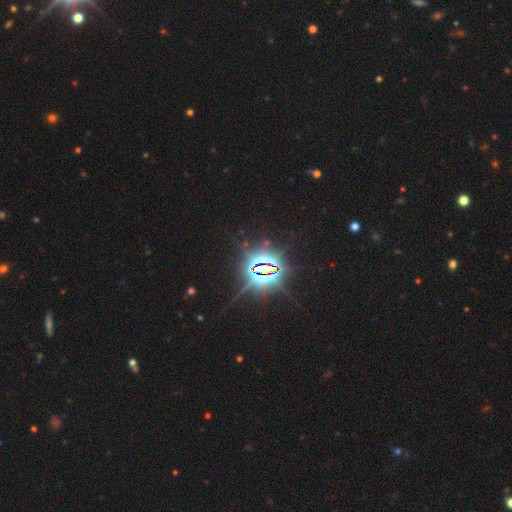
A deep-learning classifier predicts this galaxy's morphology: Smooth or featured: star or artifact — 87% (smooth — 7%)